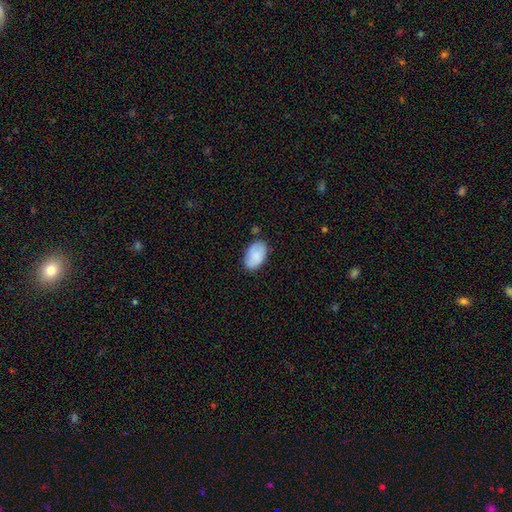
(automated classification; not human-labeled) A smooth galaxy with no disk features (82%) that is in between round and cigar-shaped (93%). Merging: none (75%).